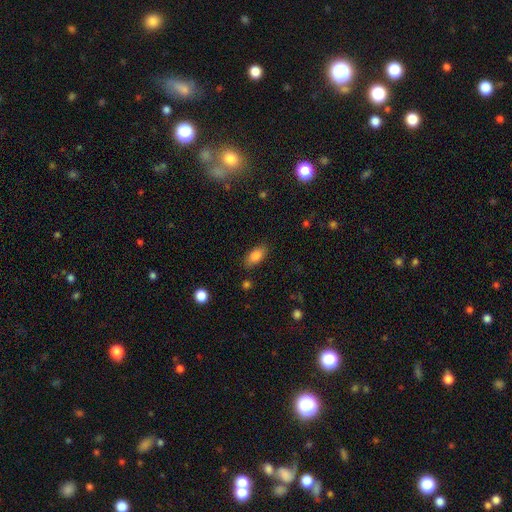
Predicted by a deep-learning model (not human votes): A smooth galaxy with no disk features (83%) that is in between round and cigar-shaped (88%). Merging: none (83%).